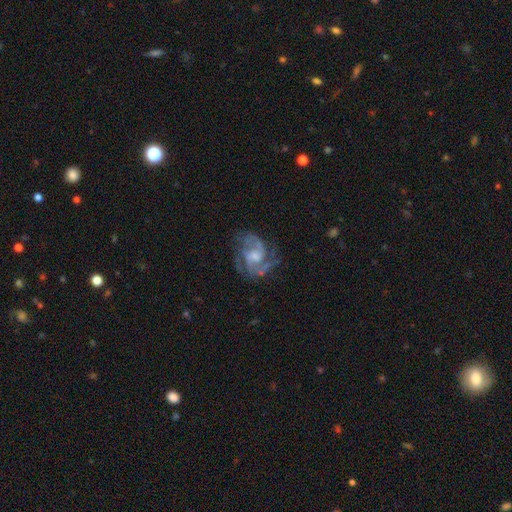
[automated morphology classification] Smooth or featured: featured or disk — 85% (smooth — 8%)
Edge-on disk: no — 98% (yes — 2%)
Bar: no — 52% (weak — 40%)
Spiral arms: yes — 95% (no — 5%)
Spiral winding: medium — 52% (tight — 32%)
Spiral arm count: 2 — 43% (3 — 29%)
Bulge size: moderate — 47% (small — 33%)
Merging: none — 66% (minor disturbance — 18%)